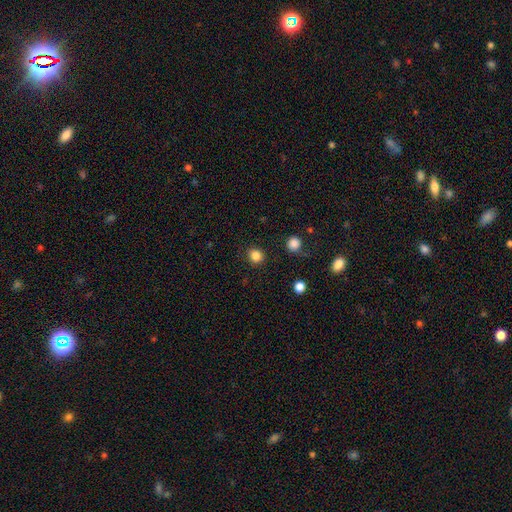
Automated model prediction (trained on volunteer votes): Smooth or featured? Predicted: smooth (p=0.84). How rounded? Predicted: round (p=0.88). Merging? Predicted: none (p=0.90).